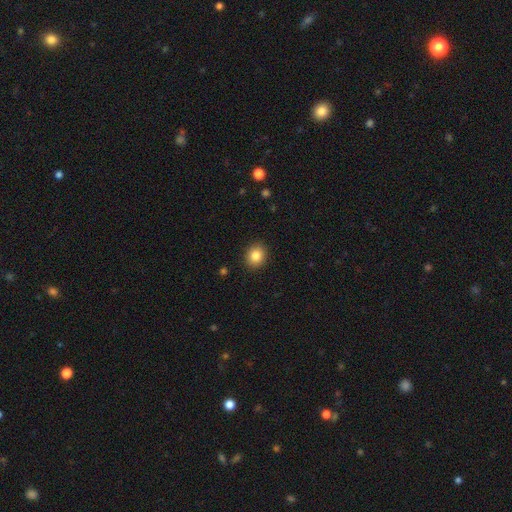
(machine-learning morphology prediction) A smooth galaxy with no disk features (85%) that is round (72%). Merging: none (91%).